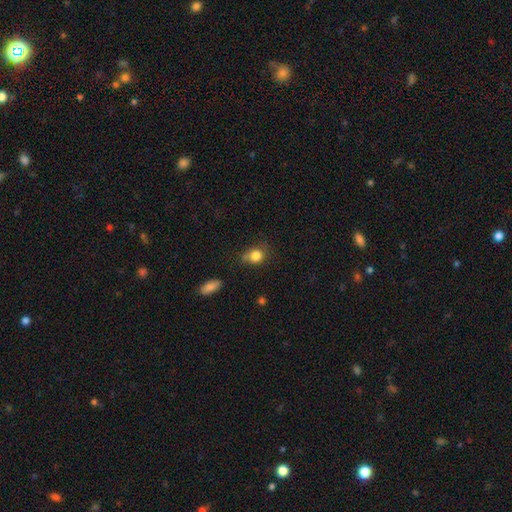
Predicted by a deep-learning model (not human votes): Q: Smooth or featured?
A: smooth (82%); runner-up: star or artifact (10%)
Q: How rounded?
A: round (62%); runner-up: in between (37%)
Q: Merging?
A: none (53%); runner-up: minor disturbance (32%)